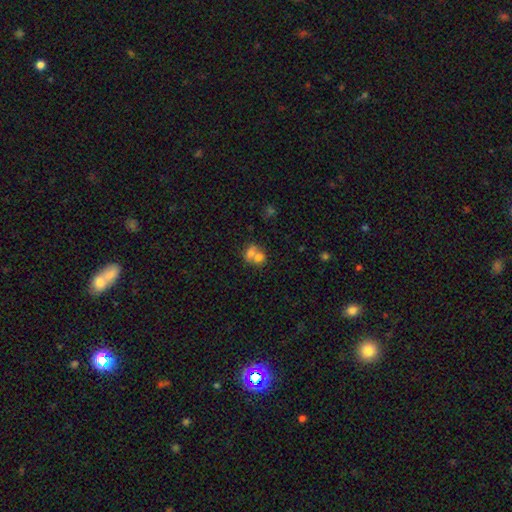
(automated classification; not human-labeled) smooth 68%, featured or disk 21%, star or artifact 11%. Down the decision tree: how rounded — round (60%); merging — merger (67%).